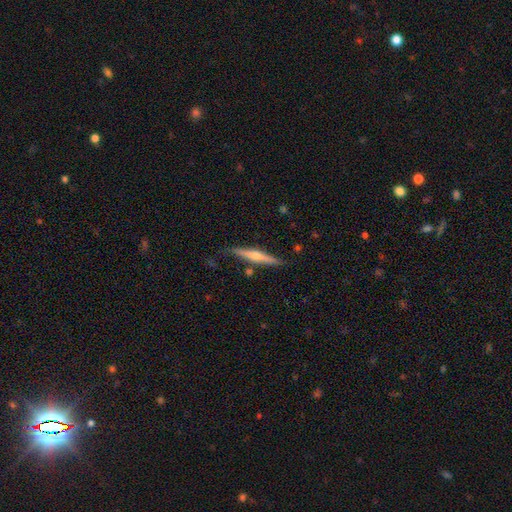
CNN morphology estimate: Smooth or featured: featured or disk — 59% (smooth — 35%)
Edge-on disk: yes — 97% (no — 3%)
Edge-on bulge: rounded — 75% (none — 17%)
Merging: none — 81% (minor disturbance — 13%)